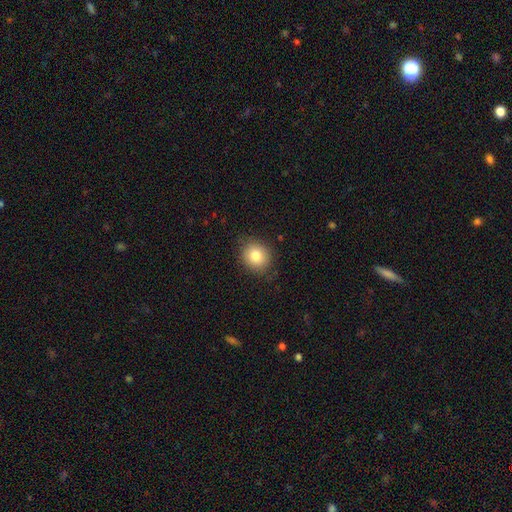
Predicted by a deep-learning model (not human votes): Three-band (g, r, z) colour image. It shows a smooth galaxy with no disk features (83%) that is round (76%). Merging: none (85%).